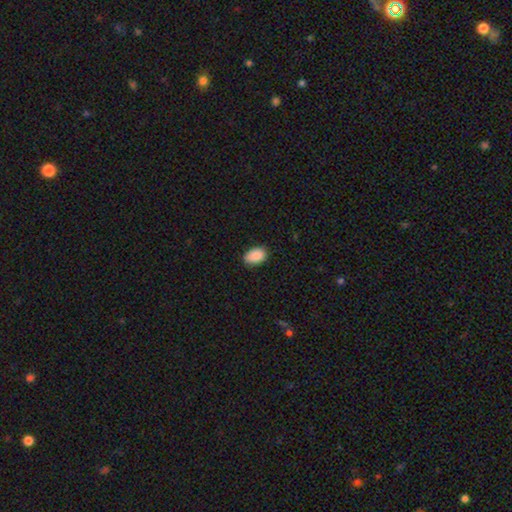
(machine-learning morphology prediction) This appears to be a smooth galaxy with no disk features (90%) that is in between round and cigar-shaped (90%). Merging: none (84%).